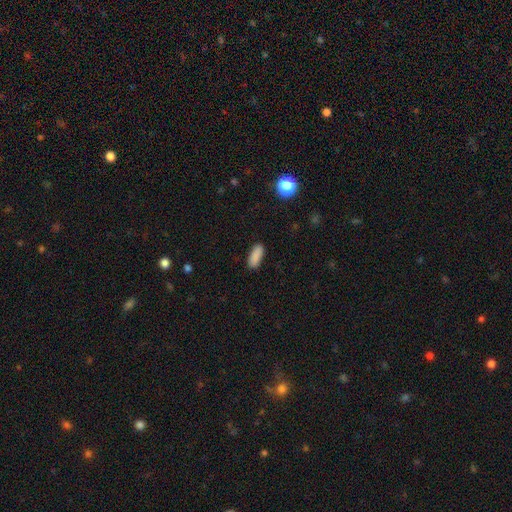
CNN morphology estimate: Q: Smooth or featured?
A: smooth (89%); runner-up: star or artifact (8%)
Q: How rounded?
A: in between (76%); runner-up: cigar-shaped (22%)
Q: Merging?
A: none (88%); runner-up: minor disturbance (8%)